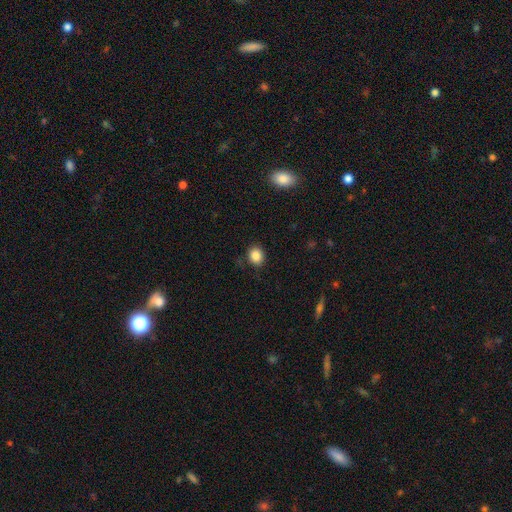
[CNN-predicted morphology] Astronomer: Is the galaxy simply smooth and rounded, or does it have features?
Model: smooth — 87%.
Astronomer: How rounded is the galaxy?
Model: round — 67%.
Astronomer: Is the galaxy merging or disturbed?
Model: none — 84%.